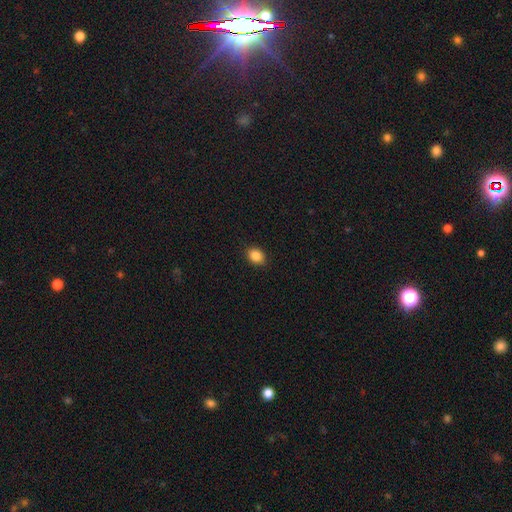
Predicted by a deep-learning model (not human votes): This appears to be a smooth galaxy with no disk features (87%) that is in between round and cigar-shaped (60%). Merging: none (89%).